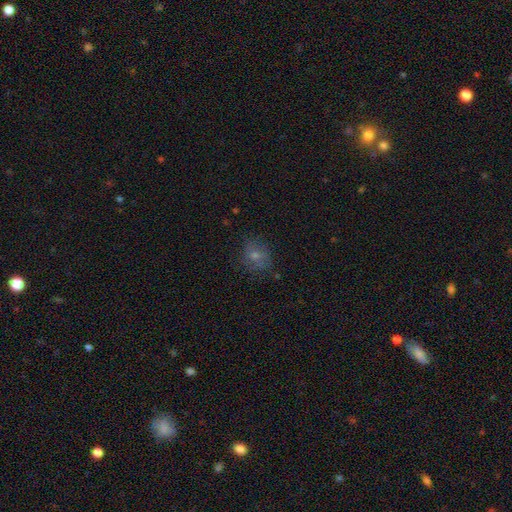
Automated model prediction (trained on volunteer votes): smooth_or_featured: smooth (p=0.64) [alt: featured or disk p=0.22]
how_rounded: round (p=0.72) [alt: in between p=0.27]
merging: none (p=0.71) [alt: minor disturbance p=0.20]